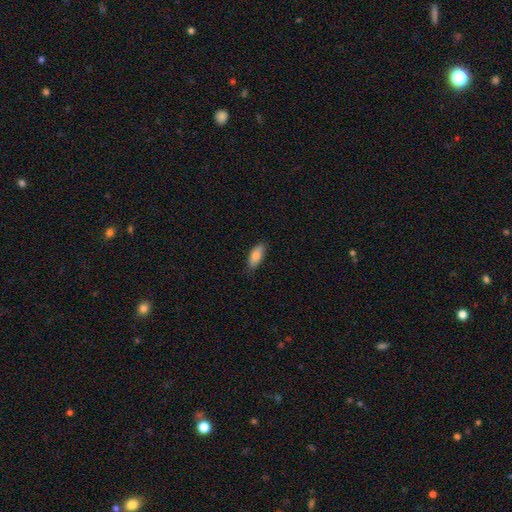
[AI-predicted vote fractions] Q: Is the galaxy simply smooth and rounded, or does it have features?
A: smooth — 81%.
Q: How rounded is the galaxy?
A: in between — 81%.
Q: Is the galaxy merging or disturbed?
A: none — 80%.